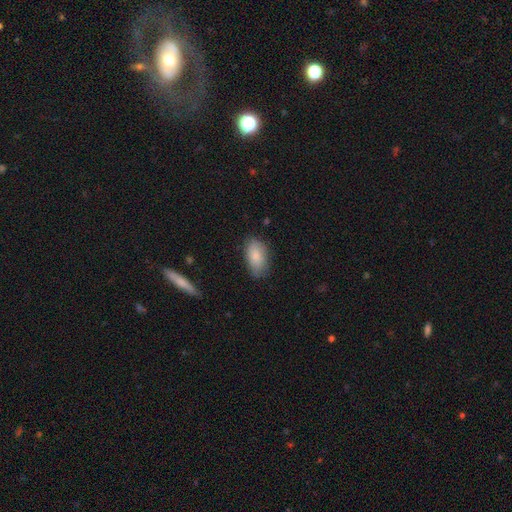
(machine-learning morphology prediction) This is clearly a smooth galaxy (85%). How rounded: clearly in between (93%). Merging: likely none (78%).